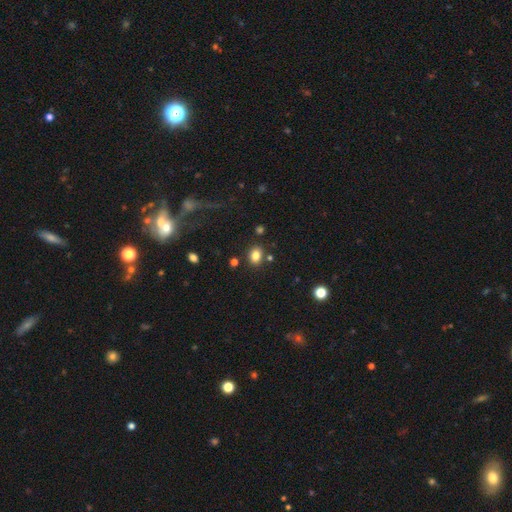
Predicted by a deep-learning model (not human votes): Overall: smooth (81%). How rounded: in between (63%; round 36%). Merging: none (81%).